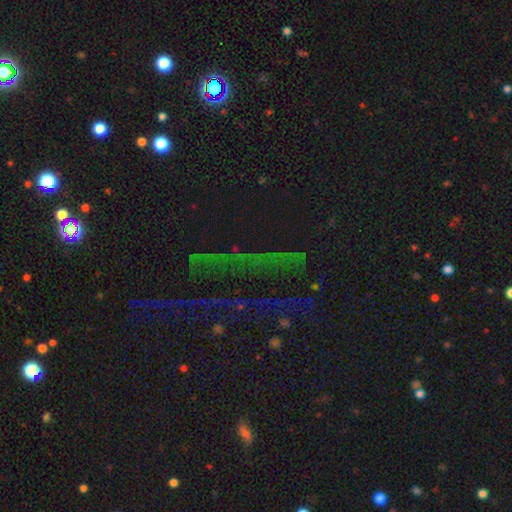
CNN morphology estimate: This is likely a star or artifact rather than a galaxy (78%).